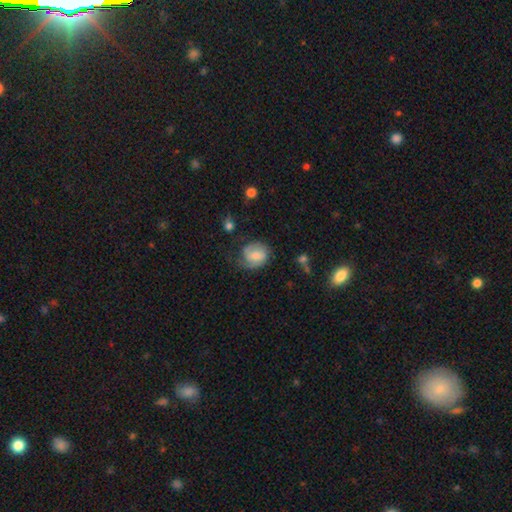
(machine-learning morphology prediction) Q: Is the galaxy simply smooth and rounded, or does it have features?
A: smooth — 58%.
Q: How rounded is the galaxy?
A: round — 69%.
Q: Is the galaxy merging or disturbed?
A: none — 54%.